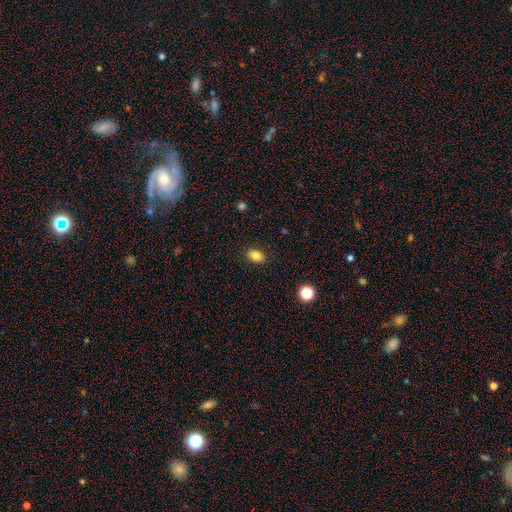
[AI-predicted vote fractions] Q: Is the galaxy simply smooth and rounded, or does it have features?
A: smooth — 82%.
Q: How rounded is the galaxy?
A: in between — 82%.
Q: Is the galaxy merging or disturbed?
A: none — 88%.